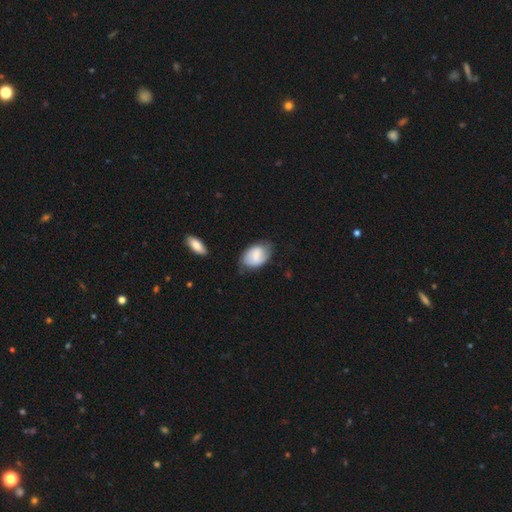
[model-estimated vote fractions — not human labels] smooth-or-featured: smooth: 63% | featured or disk: 30% | star or artifact: 7%
  how-rounded: in between: 88% | round: 11% | cigar-shaped: 1%
  merging: none: 64% | minor disturbance: 28% | major disturbance: 6% | merger: 2%